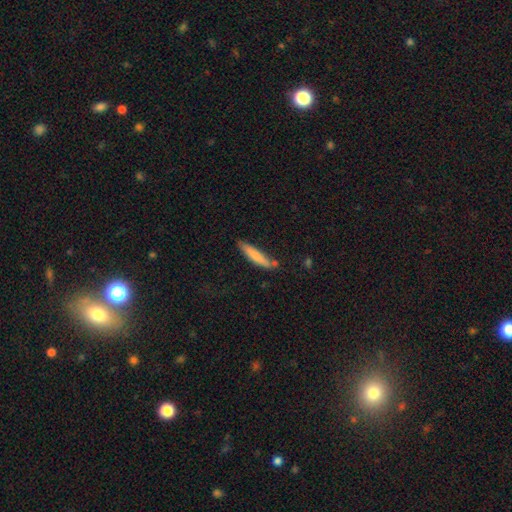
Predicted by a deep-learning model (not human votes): Overall: smooth (72%). How rounded: cigar-shaped (87%). Merging: none (76%).